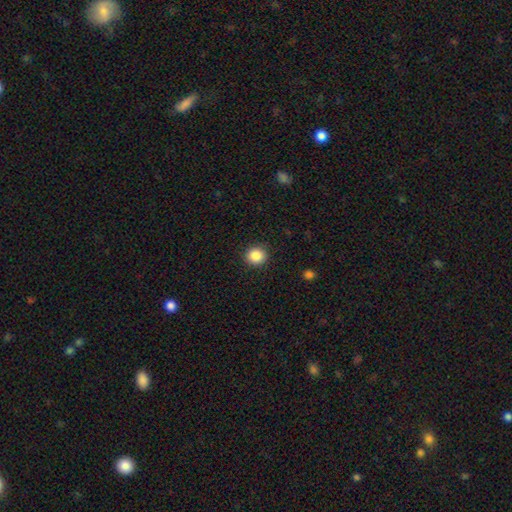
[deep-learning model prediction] Overall: smooth (87%). How rounded: round (88%). Merging: none (91%).